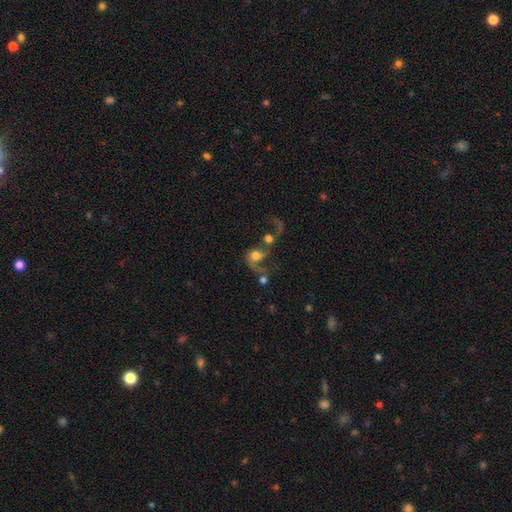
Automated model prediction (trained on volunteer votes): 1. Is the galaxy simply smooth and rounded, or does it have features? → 46% featured or disk, 42% smooth, 12% star or artifact.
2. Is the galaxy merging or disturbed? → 59% merger, 21% major disturbance, 14% none, 7% minor disturbance.